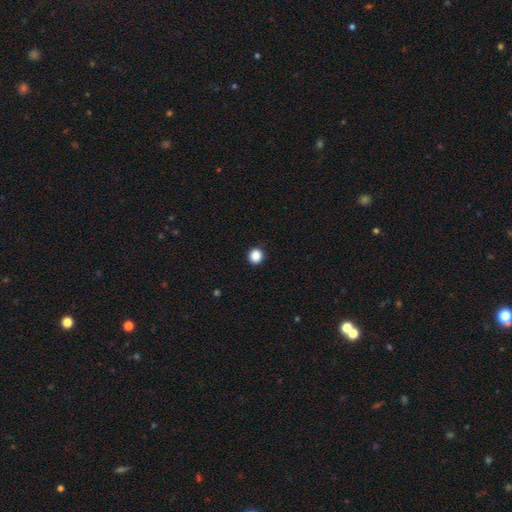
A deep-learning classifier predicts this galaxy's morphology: Overall: smooth (87%). How rounded: round (94%). Merging: none (92%).